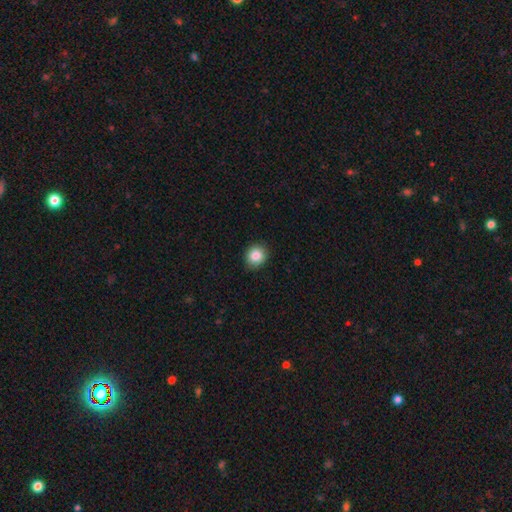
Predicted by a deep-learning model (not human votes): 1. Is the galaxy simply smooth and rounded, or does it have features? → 85% smooth, 9% star or artifact, 6% featured or disk.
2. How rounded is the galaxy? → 75% round, 24% in between, 1% cigar-shaped.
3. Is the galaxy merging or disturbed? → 88% none, 9% minor disturbance, 2% major disturbance, 1% merger.